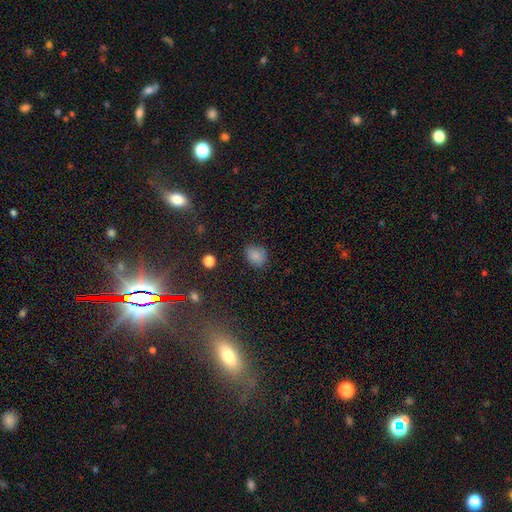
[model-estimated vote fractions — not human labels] smooth-or-featured: smooth: 85% | star or artifact: 11% | featured or disk: 5%
  how-rounded: in between: 54% | round: 45% | cigar-shaped: 1%
  merging: none: 80% | minor disturbance: 15% | major disturbance: 3% | merger: 1%